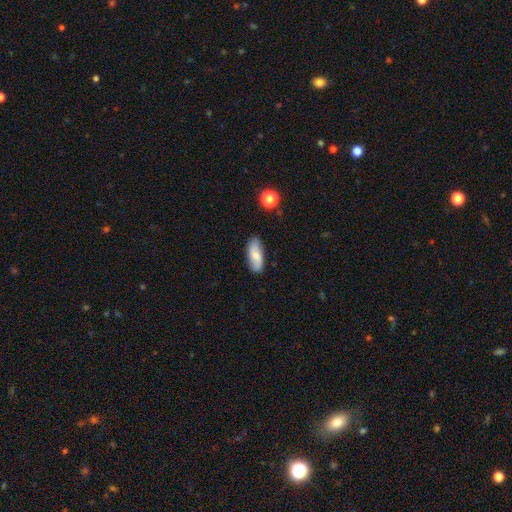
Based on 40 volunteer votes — A smooth galaxy with no disk features (60%) that is in between round and cigar-shaped (67%). Merging: none (84%).